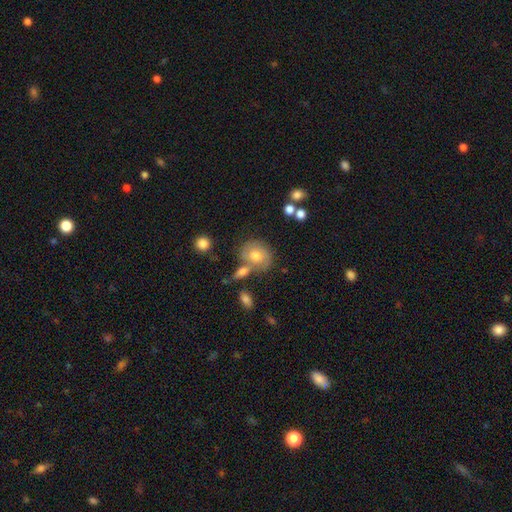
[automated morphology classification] Overall: smooth (58%; featured or disk 32%). How rounded: round (63%; in between 36%). Merging: none (52%; merger 24%).